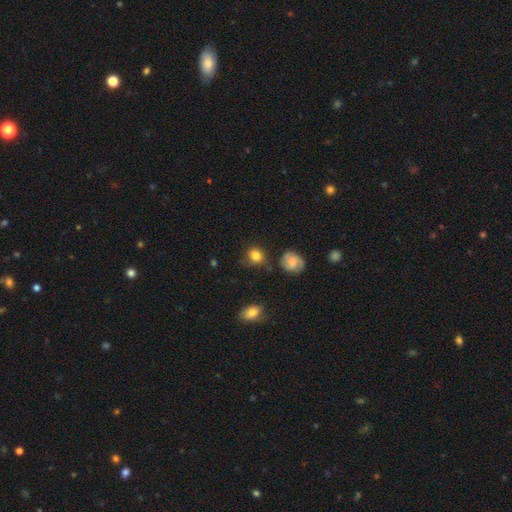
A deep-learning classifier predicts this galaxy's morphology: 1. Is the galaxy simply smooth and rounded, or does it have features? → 81% smooth, 10% star or artifact, 9% featured or disk.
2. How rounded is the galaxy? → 75% round, 24% in between, 1% cigar-shaped.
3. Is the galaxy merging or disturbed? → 65% none, 22% minor disturbance, 8% major disturbance, 5% merger.